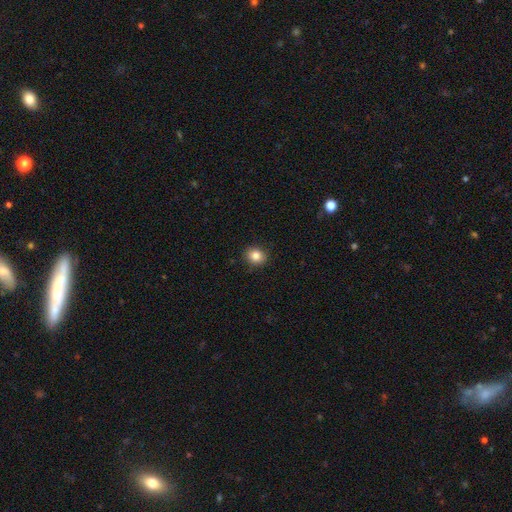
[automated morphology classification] smooth-or-featured: smooth: 84% | star or artifact: 10% | featured or disk: 5%
  how-rounded: round: 74% | in between: 25% | cigar-shaped: 1%
  merging: none: 90% | minor disturbance: 7% | major disturbance: 2% | merger: 1%